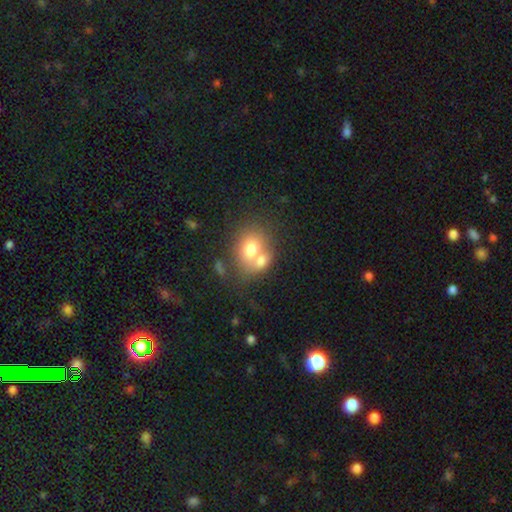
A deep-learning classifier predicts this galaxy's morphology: type=smooth (70%); roundness=round (51%); merging=merger (52%).